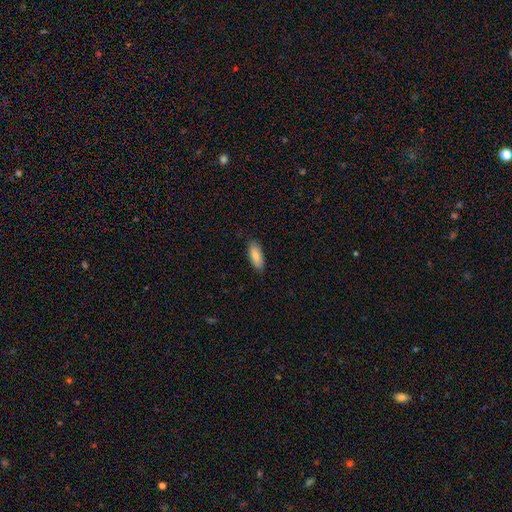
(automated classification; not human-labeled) Q: Smooth or featured?
A: smooth (82%); runner-up: featured or disk (12%)
Q: How rounded?
A: in between (81%); runner-up: cigar-shaped (17%)
Q: Merging?
A: none (86%); runner-up: minor disturbance (11%)